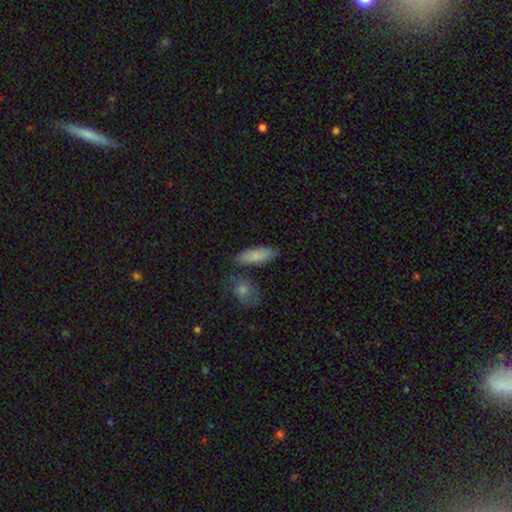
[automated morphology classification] smooth 82%, featured or disk 12%, star or artifact 6%. Down the decision tree: how rounded — in between (66%); merging — none (74%).